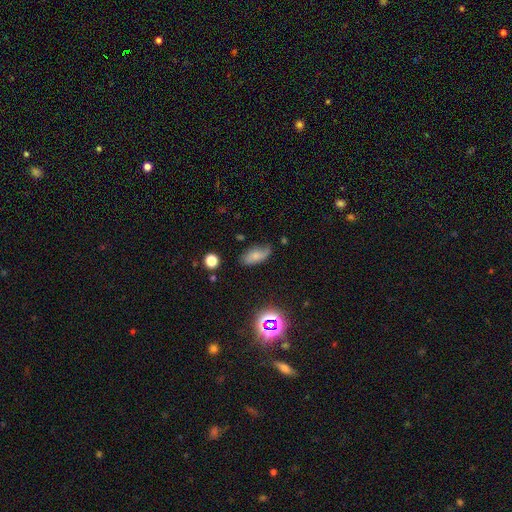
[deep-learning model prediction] Smooth or featured? Predicted: smooth (p=0.64). How rounded? Predicted: in between (p=0.86). Merging? Predicted: none (p=0.63).